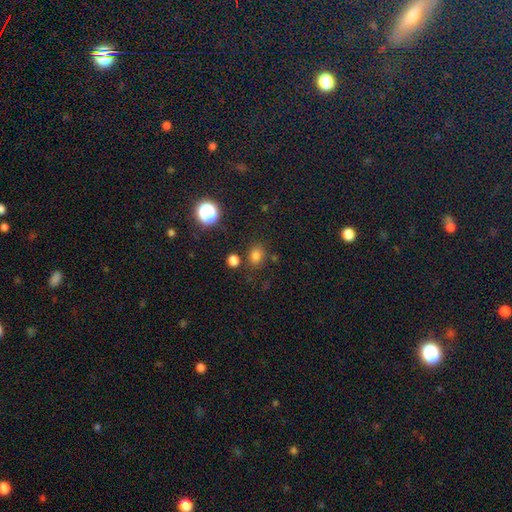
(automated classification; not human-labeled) This is likely a smooth galaxy (76%). How rounded: possibly round (56%). Merging: likely none (76%).